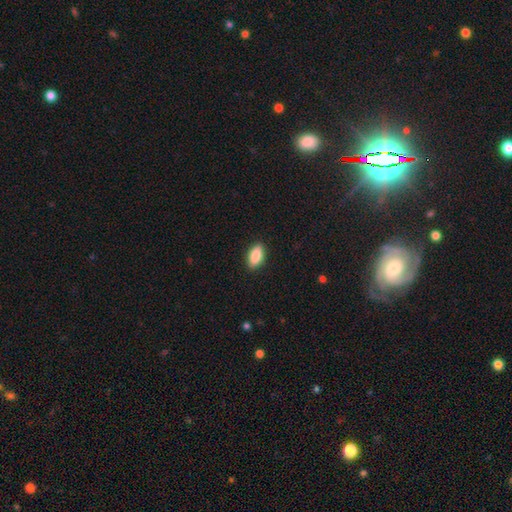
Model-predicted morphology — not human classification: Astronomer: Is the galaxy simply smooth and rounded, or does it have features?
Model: smooth — 87%.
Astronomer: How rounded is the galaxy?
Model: in between — 91%.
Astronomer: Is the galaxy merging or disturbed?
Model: none — 90%.